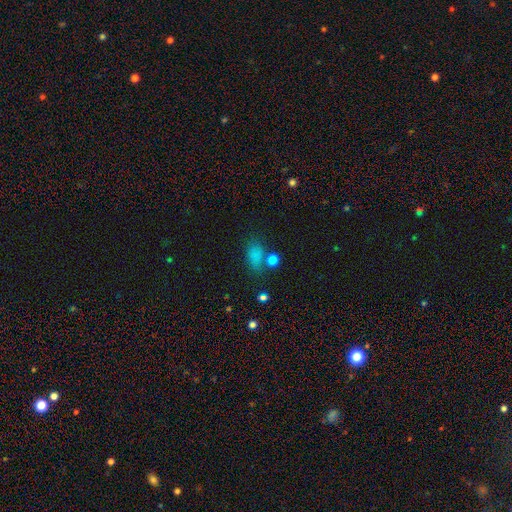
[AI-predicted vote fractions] Overall: smooth (77%). How rounded: in between (77%). Merging: none (55%; minor disturbance 19%).